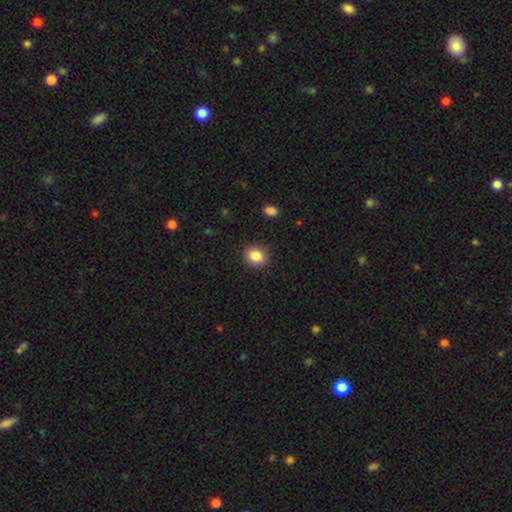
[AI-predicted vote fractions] Q: Smooth or featured?
A: smooth (85%); runner-up: star or artifact (10%)
Q: How rounded?
A: round (72%); runner-up: in between (27%)
Q: Merging?
A: none (88%); runner-up: minor disturbance (8%)